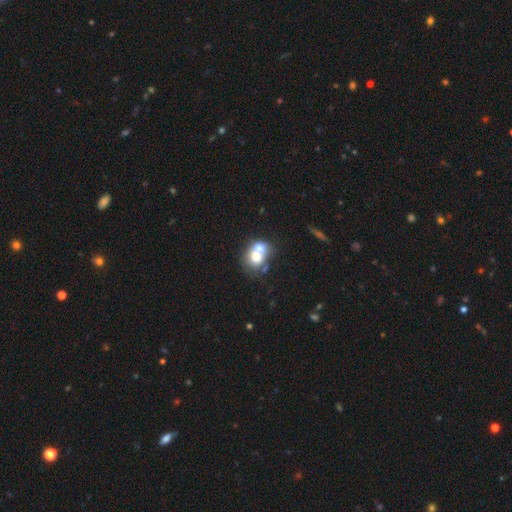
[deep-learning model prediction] Smooth or featured?
  - smooth: 64% *
  - featured or disk: 27%
  - star or artifact: 9%
How rounded?
  - round: 60% *
  - in between: 39%
  - cigar-shaped: 1%
Merging?
  - merger: 68% *
  - none: 21%
  - minor disturbance: 7%
  - major disturbance: 4%